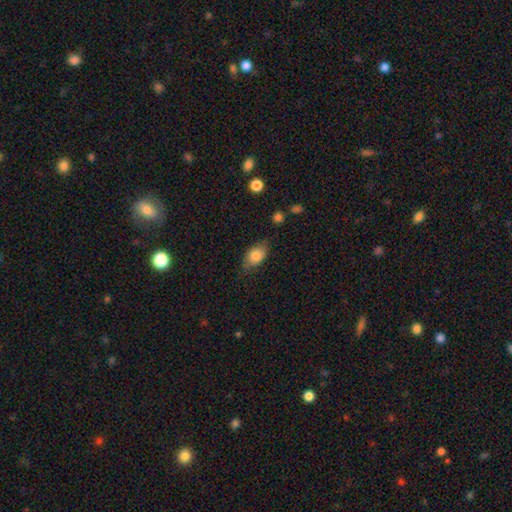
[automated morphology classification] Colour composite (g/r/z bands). It shows a smooth galaxy with no disk features (79%) that is in between round and cigar-shaped (87%). Merging: none (70%).